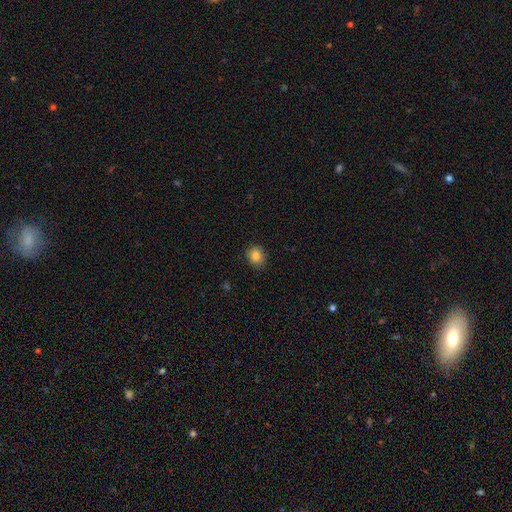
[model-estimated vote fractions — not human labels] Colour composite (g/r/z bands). It shows a smooth galaxy with no disk features (83%) that is round (75%). Merging: none (86%).